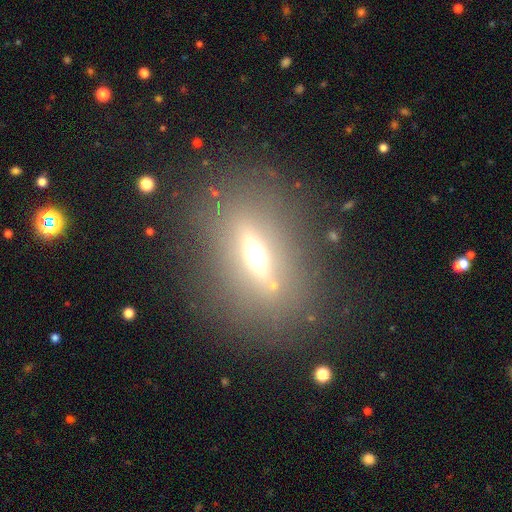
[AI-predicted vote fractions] Smooth or featured? Predicted: featured or disk (p=0.55). Edge-on disk? Predicted: yes (p=0.76). Merging? Predicted: none (p=0.81).